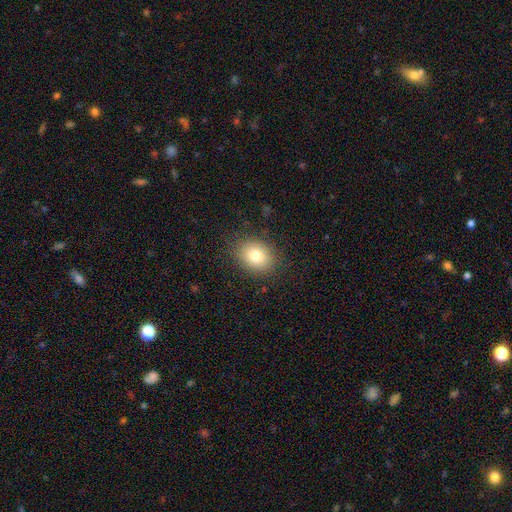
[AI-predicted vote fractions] Smooth or featured? Predicted: smooth (p=0.79). How rounded? Predicted: in between (p=0.53). Merging? Predicted: none (p=0.85).